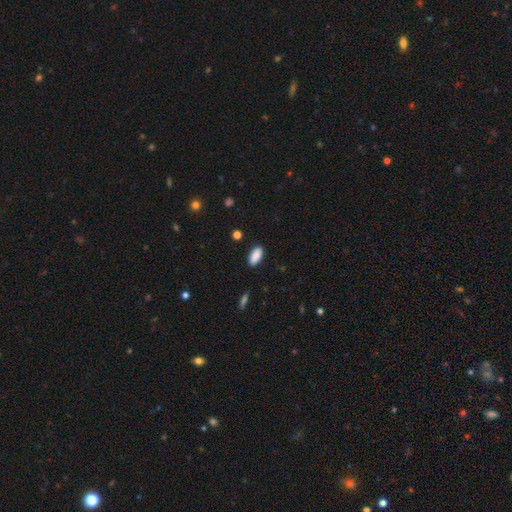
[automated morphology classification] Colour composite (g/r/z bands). It shows a smooth galaxy with no disk features (89%) that is in between round and cigar-shaped (90%). Merging: none (86%).